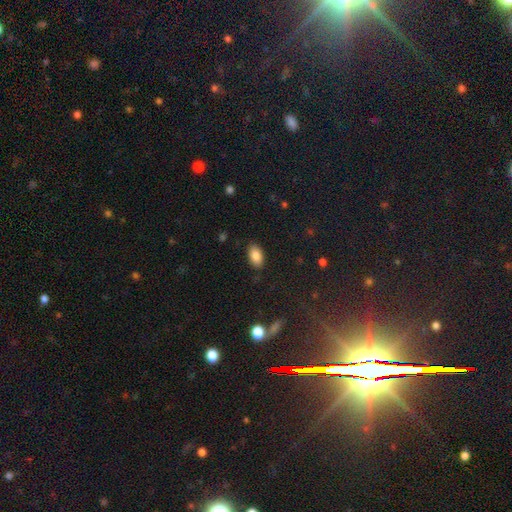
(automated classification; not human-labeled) smooth_or_featured: smooth (p=0.85) [alt: star or artifact p=0.08]
how_rounded: in between (p=0.93) [alt: round p=0.05]
merging: none (p=0.87) [alt: minor disturbance p=0.10]